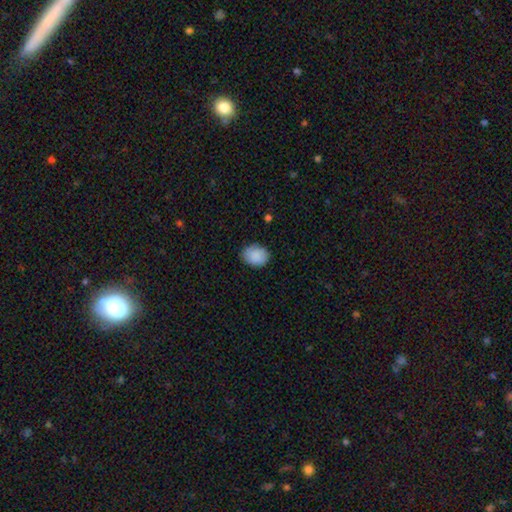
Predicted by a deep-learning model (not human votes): A smooth galaxy with no disk features (89%) that is in between round and cigar-shaped (56%).

Vote fractions:
- Smooth or featured? smooth: 89% / star or artifact: 7% / featured or disk: 4%
- How rounded? in between: 56% / round: 43% / cigar-shaped: 1%
- Merging? none: 82% / minor disturbance: 14% / major disturbance: 3% / merger: 1%